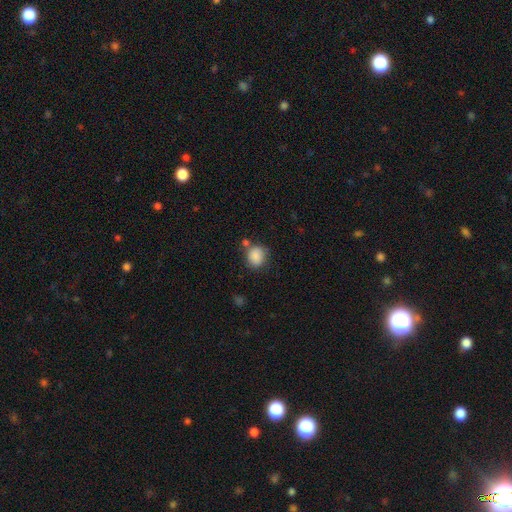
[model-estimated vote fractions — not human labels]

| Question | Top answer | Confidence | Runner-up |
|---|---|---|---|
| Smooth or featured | smooth | 86% | star or artifact (8%) |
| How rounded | round | 69% | in between (30%) |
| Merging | none | 63% | minor disturbance (18%) |